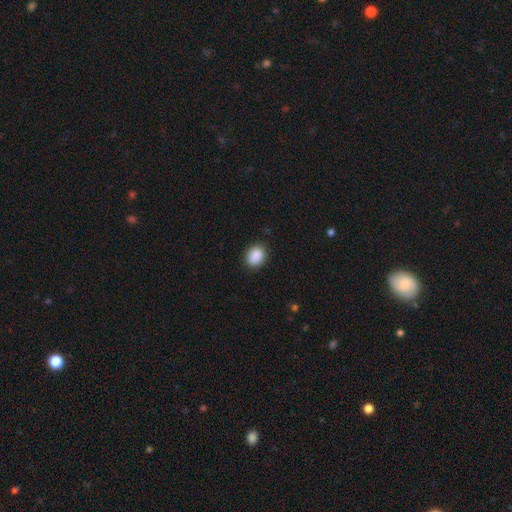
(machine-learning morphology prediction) Smooth or featured?
  - smooth: 89% *
  - star or artifact: 8%
  - featured or disk: 3%
How rounded?
  - in between: 60% *
  - round: 39%
  - cigar-shaped: 1%
Merging?
  - none: 87% *
  - minor disturbance: 10%
  - major disturbance: 2%
  - merger: 1%